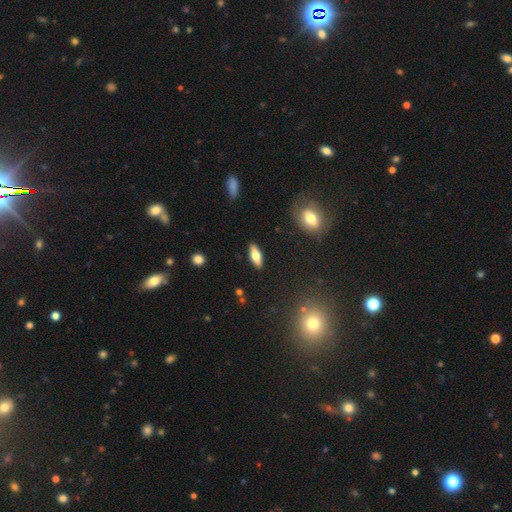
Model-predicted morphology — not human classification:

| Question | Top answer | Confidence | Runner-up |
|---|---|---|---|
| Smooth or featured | smooth | 58% | featured or disk (35%) |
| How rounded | in between | 63% | cigar-shaped (33%) |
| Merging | none | 89% | minor disturbance (8%) |